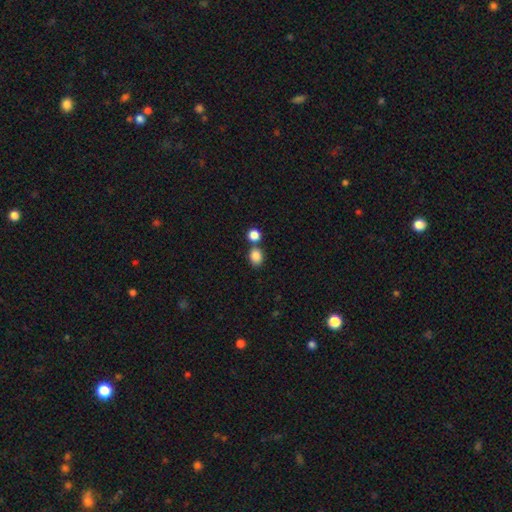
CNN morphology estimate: This appears to be a smooth galaxy with no disk features (85%) that is in between round and cigar-shaped (51%). Merging: none (61%).